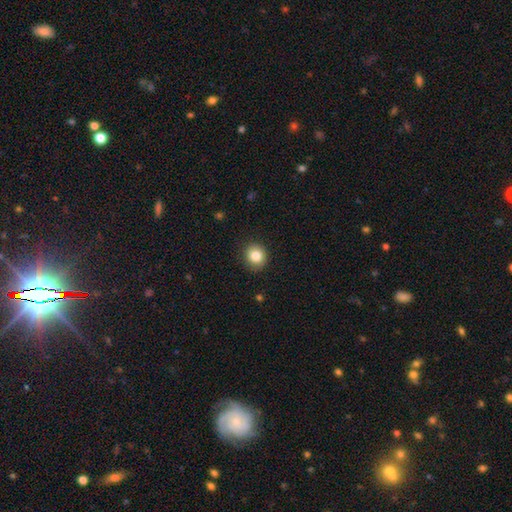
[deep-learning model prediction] smooth-or-featured: smooth: 84% | star or artifact: 9% | featured or disk: 7%
  how-rounded: round: 84% | in between: 15% | cigar-shaped: 1%
  merging: none: 88% | minor disturbance: 9% | major disturbance: 2% | merger: 1%